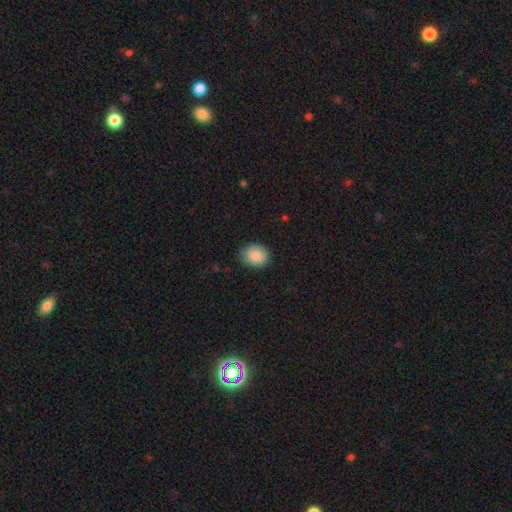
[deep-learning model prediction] Smooth or featured? smooth (89%)
How rounded? round (55%)
Merging? none (82%)